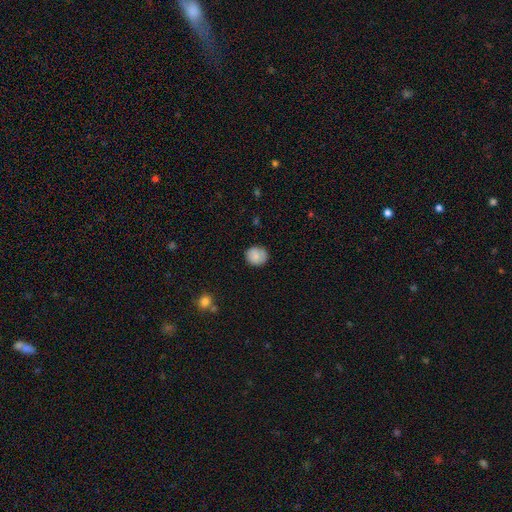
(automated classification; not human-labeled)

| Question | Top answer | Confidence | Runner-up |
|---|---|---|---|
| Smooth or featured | smooth | 85% | featured or disk (8%) |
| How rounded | round | 86% | in between (13%) |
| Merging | none | 81% | minor disturbance (15%) |